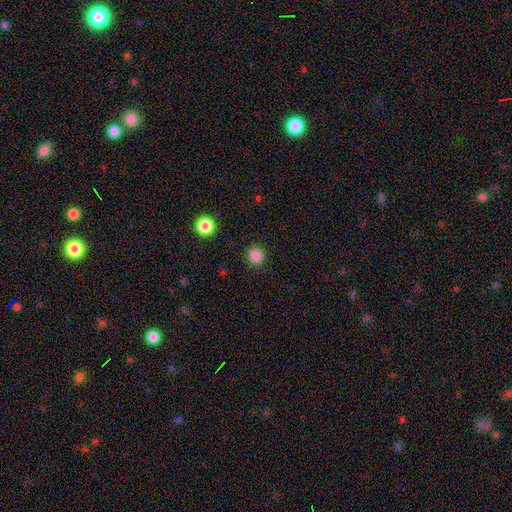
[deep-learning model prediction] Overall: smooth (84%). How rounded: round (90%). Merging: none (90%).